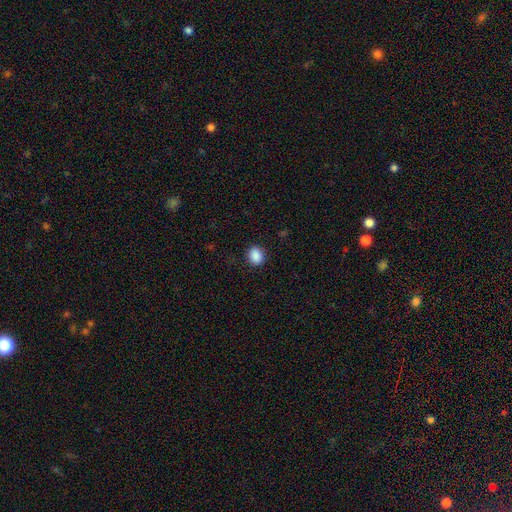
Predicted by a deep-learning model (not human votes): This is clearly a smooth galaxy (89%). How rounded: possibly round (58%). Merging: clearly none (88%).